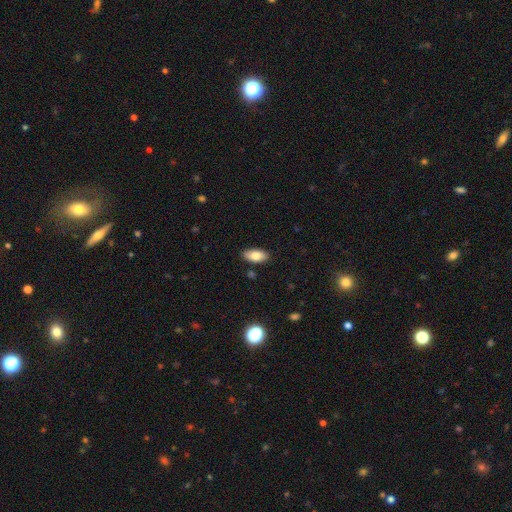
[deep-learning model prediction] Overall: smooth (80%). How rounded: in between (91%). Merging: none (87%).